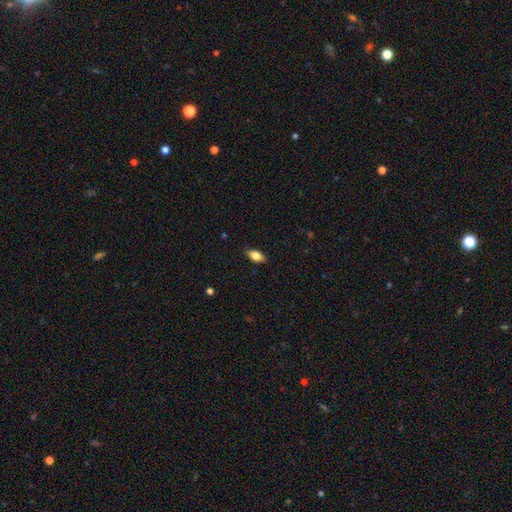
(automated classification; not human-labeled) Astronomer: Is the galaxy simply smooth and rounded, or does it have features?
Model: smooth — 79%.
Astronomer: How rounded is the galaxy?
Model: in between — 88%.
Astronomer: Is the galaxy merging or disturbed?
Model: none — 86%.